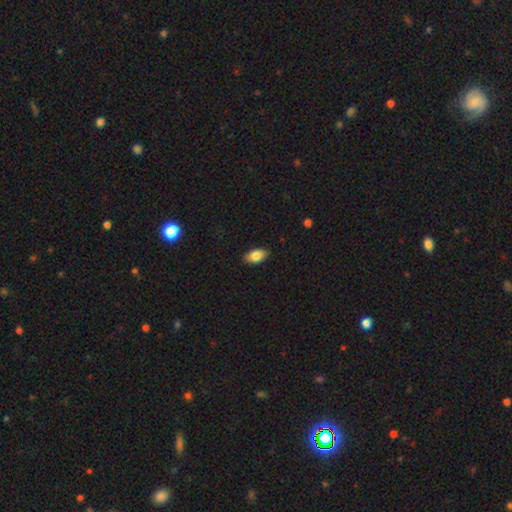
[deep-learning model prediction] smooth_or_featured: smooth (p=0.83) [alt: featured or disk p=0.10]
how_rounded: in between (p=0.92) [alt: round p=0.05]
merging: none (p=0.88) [alt: minor disturbance p=0.09]